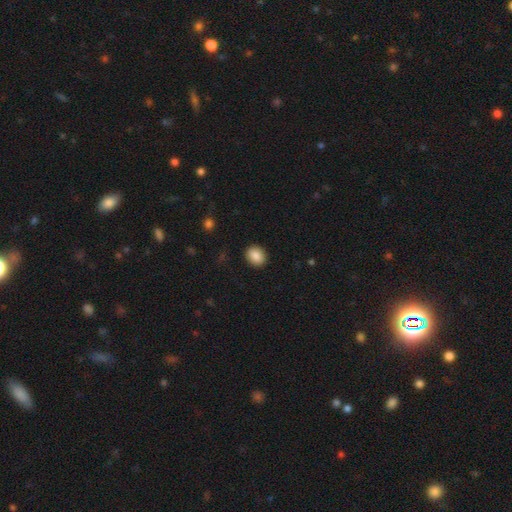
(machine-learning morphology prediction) smooth_or_featured: smooth (p=0.88) [alt: star or artifact p=0.08]
how_rounded: round (p=0.58) [alt: in between p=0.41]
merging: none (p=0.91) [alt: minor disturbance p=0.06]